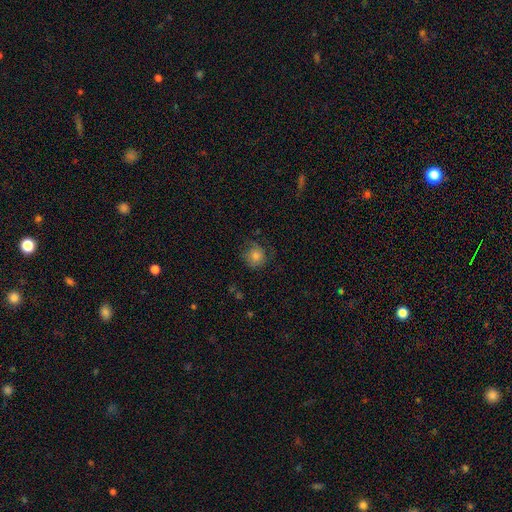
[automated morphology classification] A smooth galaxy with no disk features (67%) that is round (87%).

Vote fractions:
- Smooth or featured? smooth: 67% / featured or disk: 21% / star or artifact: 12%
- How rounded? round: 87% / in between: 12% / cigar-shaped: 1%
- Merging? none: 69% / minor disturbance: 19% / major disturbance: 10% / merger: 1%